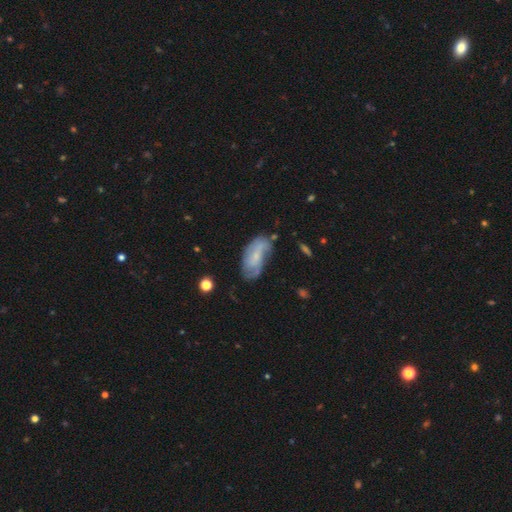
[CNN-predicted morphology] Smooth or featured?
  - featured or disk: 54% *
  - smooth: 38%
  - star or artifact: 8%
Edge-on disk?
  - no: 93% *
  - yes: 7%
Bar?
  - no: 61% *
  - weak: 31%
  - strong: 8%
Spiral arms?
  - yes: 74% *
  - no: 26%
Bulge size?
  - small: 70% *
  - moderate: 17%
  - none: 10%
  - large: 1%
  - dominant: 1%
Merging?
  - none: 52% *
  - minor disturbance: 29%
  - major disturbance: 13%
  - merger: 5%